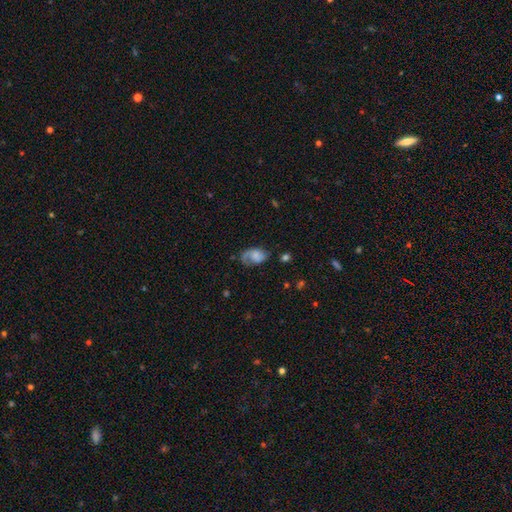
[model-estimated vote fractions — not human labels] smooth_or_featured: smooth (p=0.46) [alt: featured or disk p=0.45]
merging: none (p=0.47) [alt: minor disturbance p=0.28]